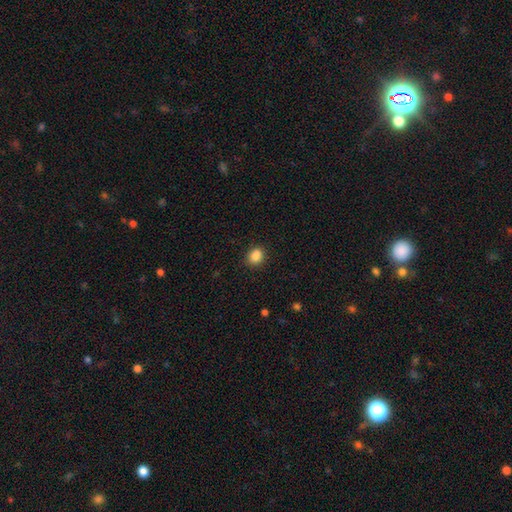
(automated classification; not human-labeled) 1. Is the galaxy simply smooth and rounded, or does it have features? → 87% smooth, 10% star or artifact, 3% featured or disk.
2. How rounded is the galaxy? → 59% round, 40% in between, 1% cigar-shaped.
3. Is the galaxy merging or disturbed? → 86% none, 10% minor disturbance, 3% major disturbance, 1% merger.